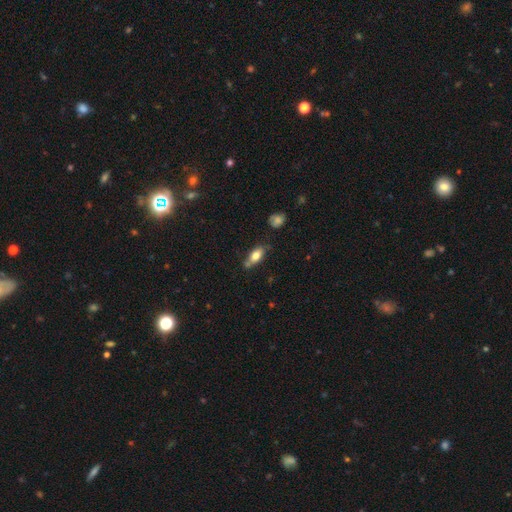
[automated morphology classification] This appears to be a smooth galaxy with no disk features (76%) that is in between round and cigar-shaped (84%). Merging: none (61%).